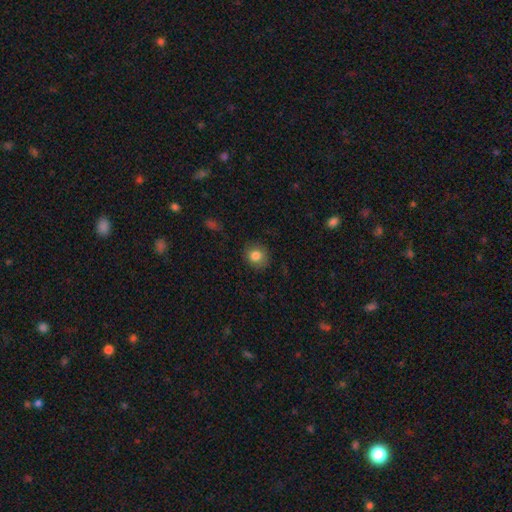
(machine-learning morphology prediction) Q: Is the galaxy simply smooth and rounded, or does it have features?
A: smooth — 82%.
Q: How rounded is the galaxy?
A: round — 81%.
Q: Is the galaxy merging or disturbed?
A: none — 84%.